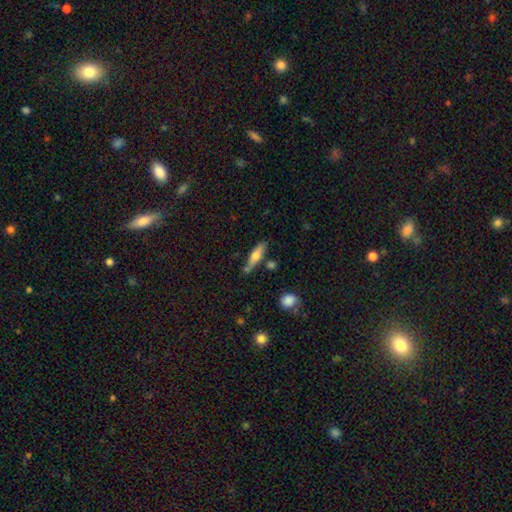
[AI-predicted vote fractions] Smooth or featured? Predicted: smooth (p=0.60). How rounded? Predicted: cigar-shaped (p=0.66). Merging? Predicted: none (p=0.67).